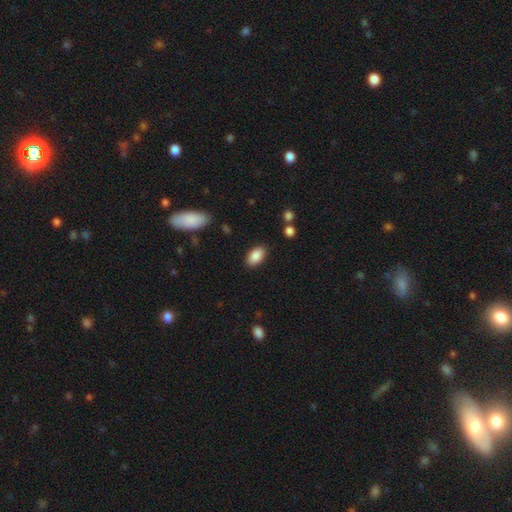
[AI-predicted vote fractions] A smooth galaxy with no disk features (88%) that is in between round and cigar-shaped (92%). Merging: none (86%).